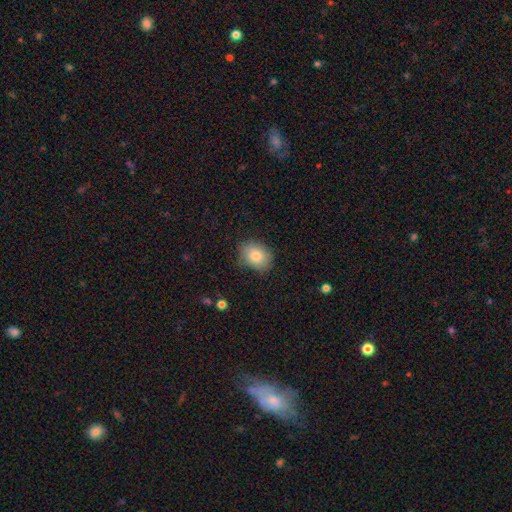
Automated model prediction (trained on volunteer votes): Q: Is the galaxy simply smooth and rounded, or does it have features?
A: smooth — 83%.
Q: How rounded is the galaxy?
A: in between — 60%.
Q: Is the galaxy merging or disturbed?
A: none — 80%.